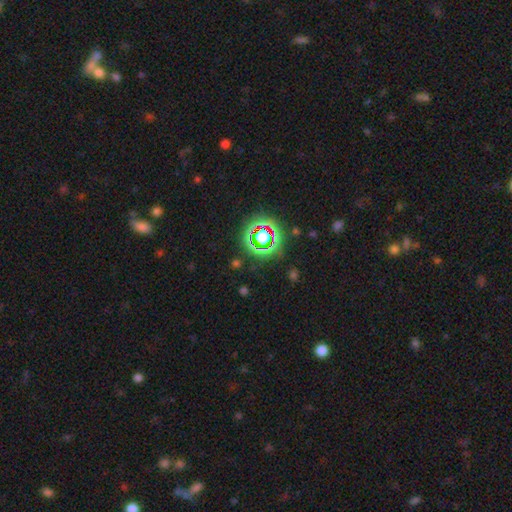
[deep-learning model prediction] smooth-or-featured: star or artifact: 67% | smooth: 25% | featured or disk: 9%